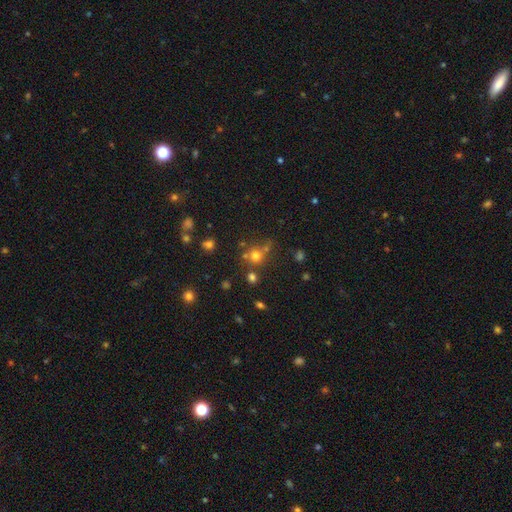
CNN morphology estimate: Q: Smooth or featured?
A: smooth (66%); runner-up: star or artifact (24%)
Q: How rounded?
A: round (89%); runner-up: in between (10%)
Q: Merging?
A: none (63%); runner-up: merger (21%)